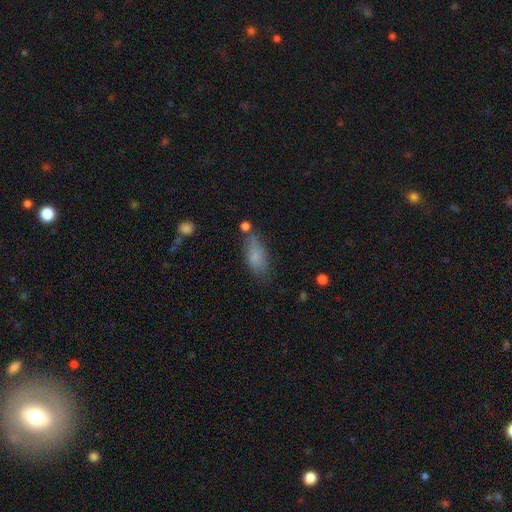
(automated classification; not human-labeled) This is likely a smooth galaxy (77%). How rounded: clearly in between (82%). Merging: possibly none (52%).